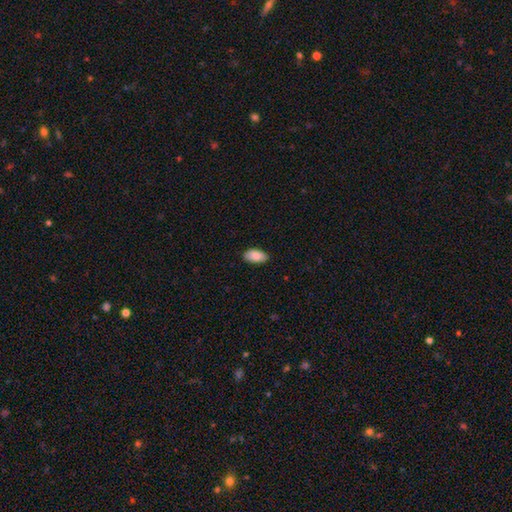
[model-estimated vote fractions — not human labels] A smooth galaxy with no disk features (87%) that is in between round and cigar-shaped (94%). Merging: none (86%).